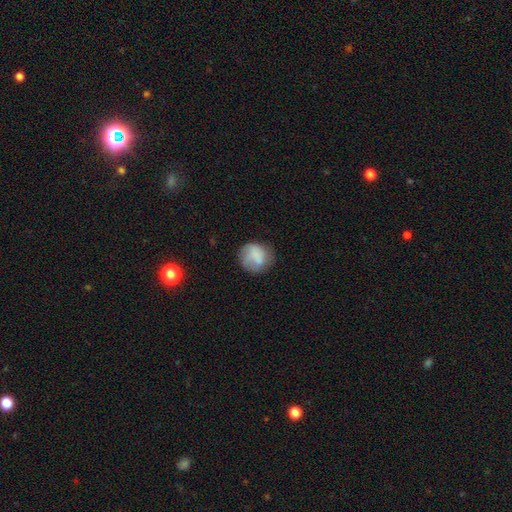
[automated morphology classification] type=smooth (75%); roundness=round (82%); merging=none (61%).